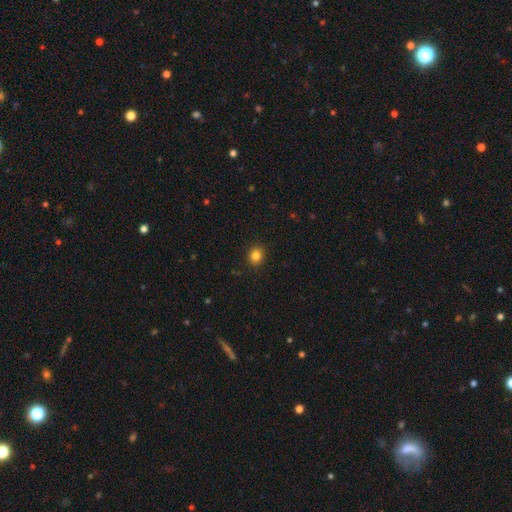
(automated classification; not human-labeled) Q: Smooth or featured?
A: smooth (84%); runner-up: star or artifact (11%)
Q: How rounded?
A: round (84%); runner-up: in between (15%)
Q: Merging?
A: none (91%); runner-up: minor disturbance (6%)